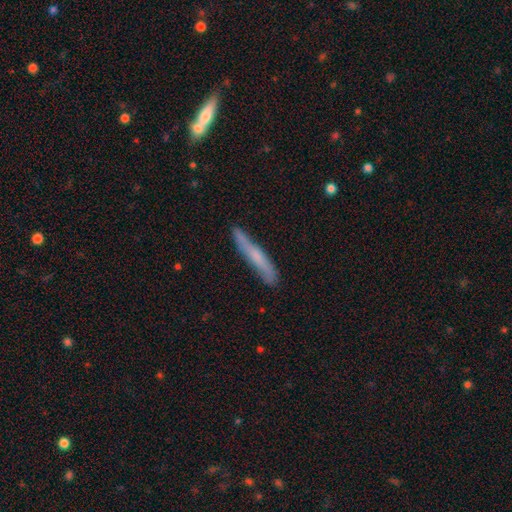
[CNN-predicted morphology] This is possibly a smooth galaxy (55%). How rounded: clearly cigar-shaped (95%). Merging: clearly none (84%).